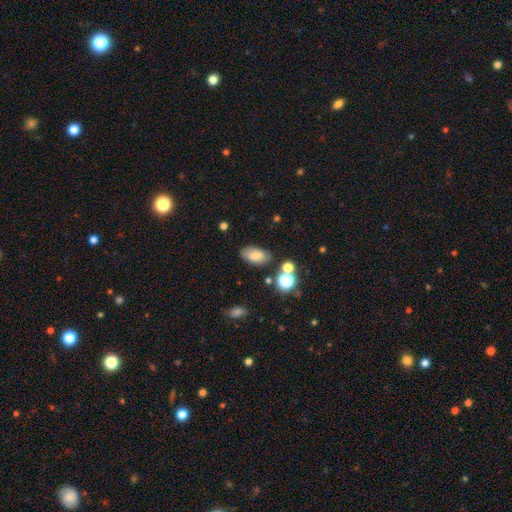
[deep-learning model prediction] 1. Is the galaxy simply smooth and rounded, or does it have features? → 76% smooth, 13% featured or disk, 11% star or artifact.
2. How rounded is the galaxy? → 92% in between, 6% round, 2% cigar-shaped.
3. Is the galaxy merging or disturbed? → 76% none, 14% minor disturbance, 6% merger, 4% major disturbance.